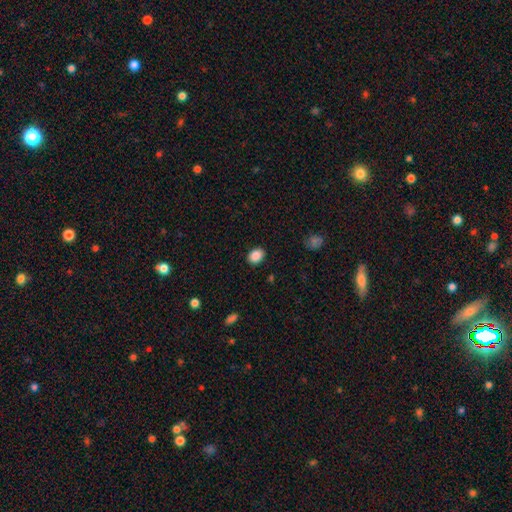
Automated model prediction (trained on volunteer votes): Smooth or featured? Predicted: smooth (p=0.88). How rounded? Predicted: in between (p=0.59). Merging? Predicted: none (p=0.89).